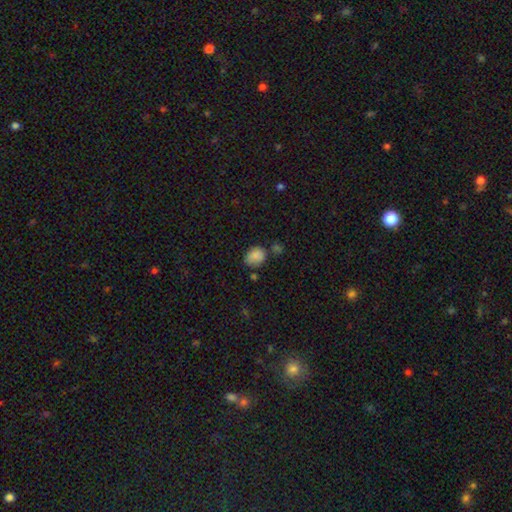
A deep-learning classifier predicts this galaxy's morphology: type=smooth (84%); roundness=in between (61%); merging=none (58%).